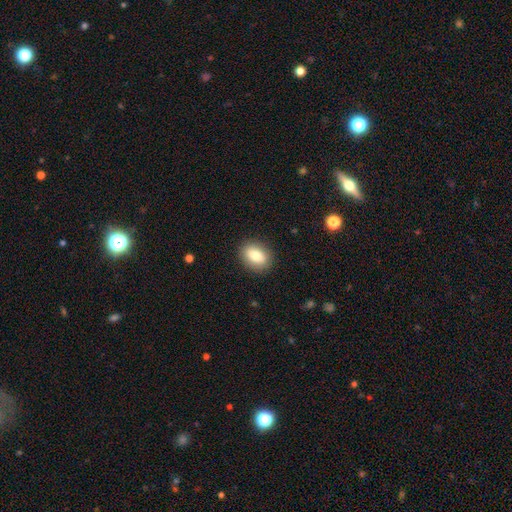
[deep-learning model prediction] smooth_or_featured: smooth (p=0.79) [alt: featured or disk p=0.13]
how_rounded: in between (p=0.73) [alt: round p=0.25]
merging: none (p=0.88) [alt: minor disturbance p=0.09]